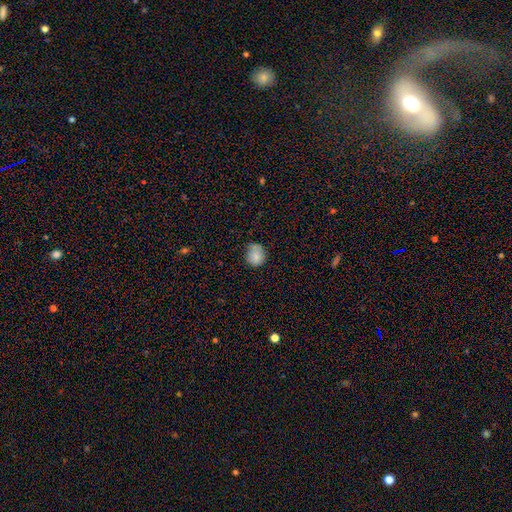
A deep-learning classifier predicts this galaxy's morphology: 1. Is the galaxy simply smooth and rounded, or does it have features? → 83% smooth, 9% star or artifact, 8% featured or disk.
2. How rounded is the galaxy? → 68% round, 31% in between, 1% cigar-shaped.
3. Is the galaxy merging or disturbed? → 58% none, 33% minor disturbance, 7% major disturbance, 2% merger.